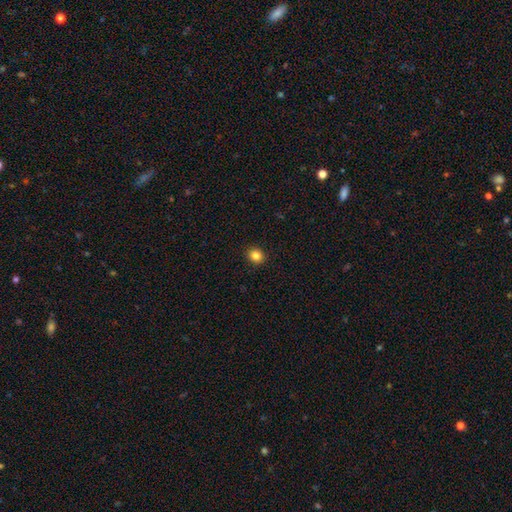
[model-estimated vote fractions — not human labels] Smooth or featured? Predicted: smooth (p=0.84). How rounded? Predicted: round (p=0.82). Merging? Predicted: none (p=0.92).